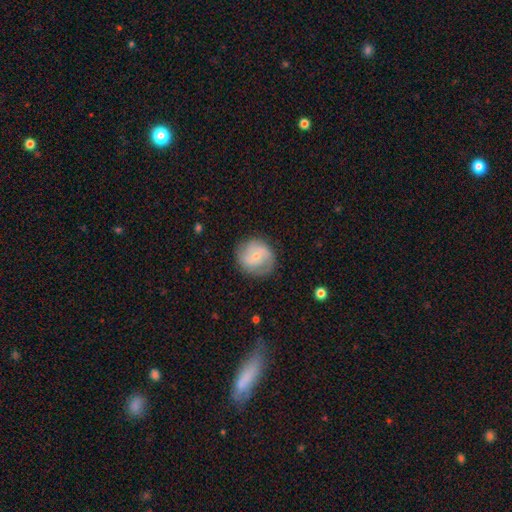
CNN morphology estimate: This appears to be a featured or disk galaxy (58%) with no bar (60%), spiral arms (85%) and a small central bulge (69%). Merging: none (77%).